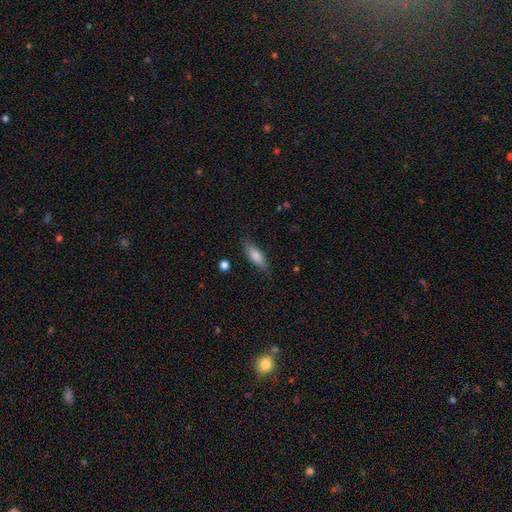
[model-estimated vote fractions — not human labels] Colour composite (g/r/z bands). It shows a smooth galaxy with no disk features (77%) that is in between round and cigar-shaped (59%). Merging: none (80%).